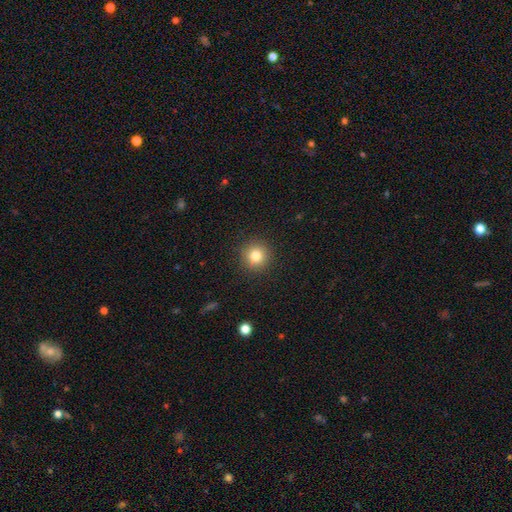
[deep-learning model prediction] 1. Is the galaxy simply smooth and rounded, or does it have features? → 81% smooth, 12% star or artifact, 7% featured or disk.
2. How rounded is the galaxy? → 94% round, 5% in between, 1% cigar-shaped.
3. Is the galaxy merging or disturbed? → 91% none, 6% minor disturbance, 2% major disturbance, 1% merger.